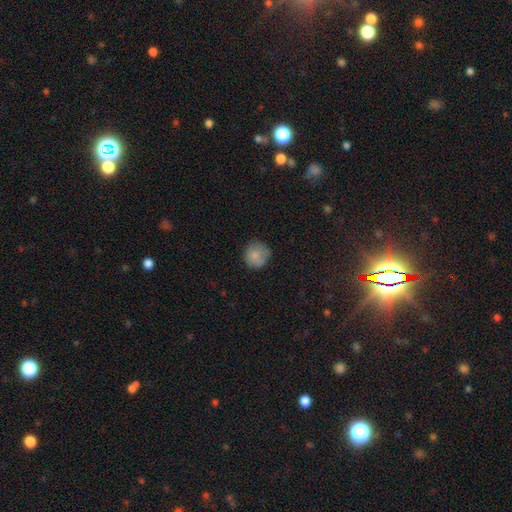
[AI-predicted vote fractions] Morphology: type=smooth (82%); roundness=round (91%); merging=none (74%).